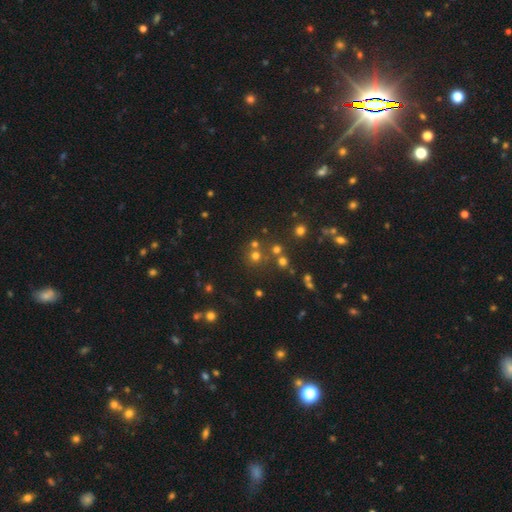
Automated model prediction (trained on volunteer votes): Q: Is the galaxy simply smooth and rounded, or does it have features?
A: smooth — 57%.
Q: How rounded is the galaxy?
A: round — 91%.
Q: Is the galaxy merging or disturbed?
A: none — 70%.